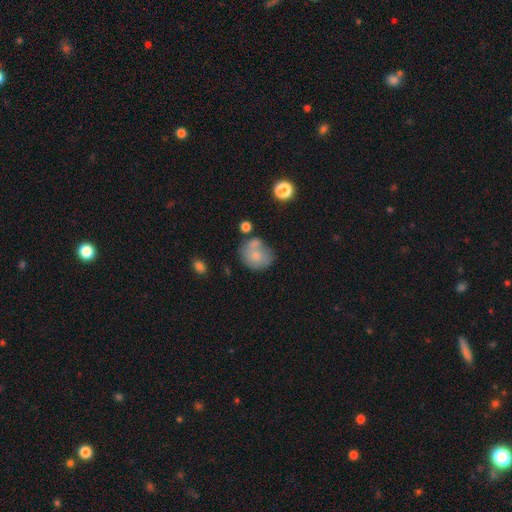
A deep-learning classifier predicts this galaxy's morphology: This is likely a smooth galaxy (69%). How rounded: likely round (72%). Merging: possibly none (46%).